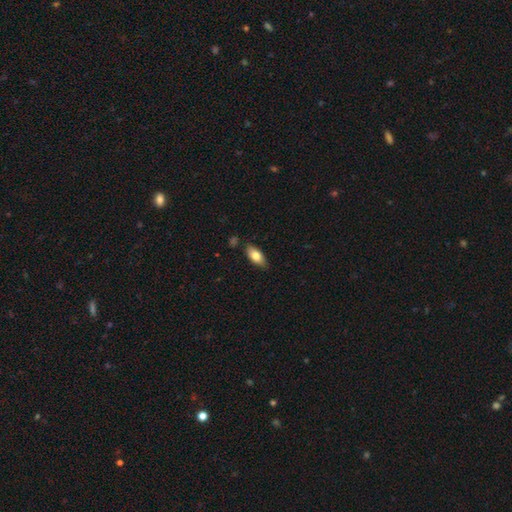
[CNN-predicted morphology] A smooth galaxy with no disk features (76%) that is in between round and cigar-shaped (87%). Merging: none (82%).